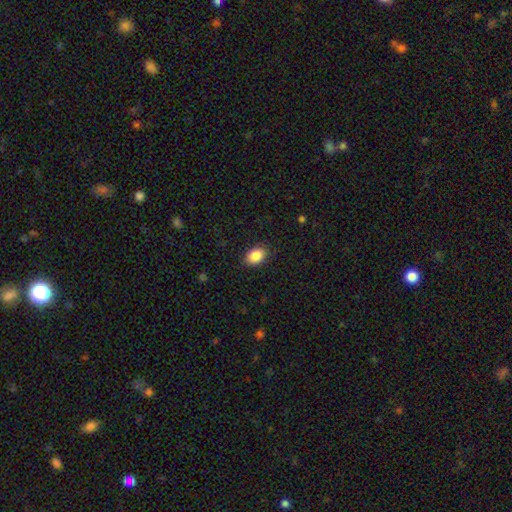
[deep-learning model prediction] Morphology: type=smooth (87%); roundness=in between (81%); merging=none (86%).